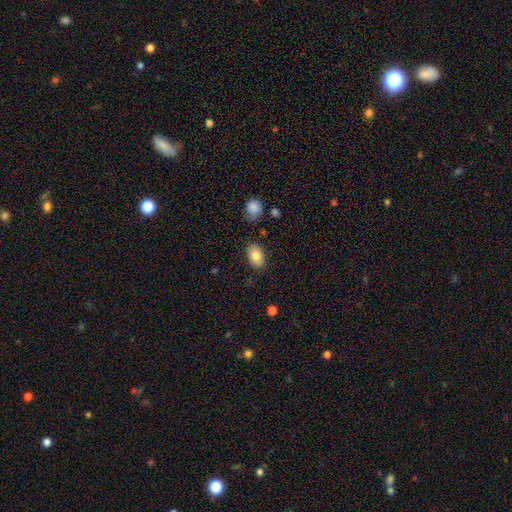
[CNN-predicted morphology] smooth-or-featured: smooth: 82% | featured or disk: 10% | star or artifact: 8%
  how-rounded: in between: 86% | round: 13% | cigar-shaped: 1%
  merging: none: 82% | minor disturbance: 13% | major disturbance: 3% | merger: 2%